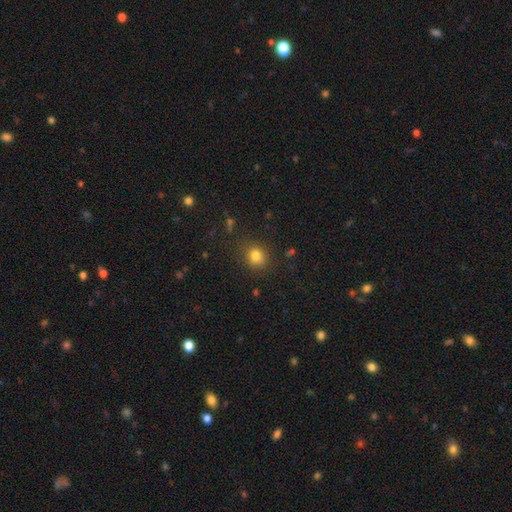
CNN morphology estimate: Overall: smooth (80%). How rounded: round (72%). Merging: none (82%).